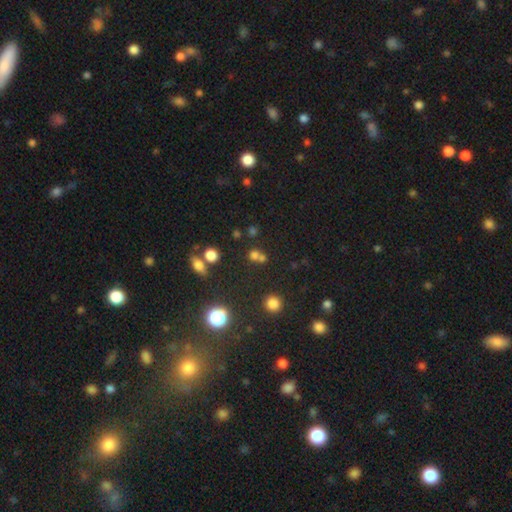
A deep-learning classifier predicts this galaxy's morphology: This appears to be a smooth galaxy with no disk features (63%) that is round (78%). Merging: merger (47%).